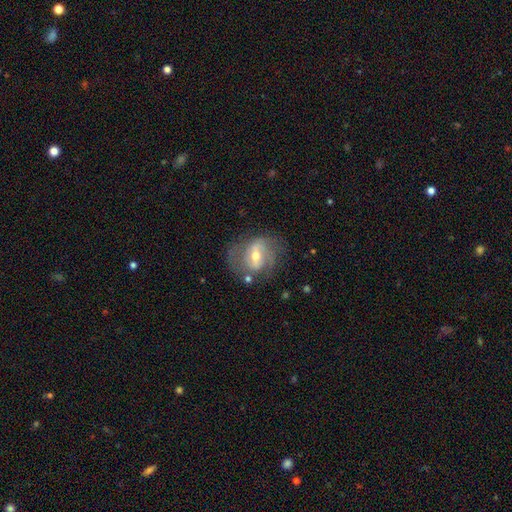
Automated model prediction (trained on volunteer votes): smooth-or-featured: featured or disk: 72% | smooth: 20% | star or artifact: 8%
  disk-edge-on: no: 95% | yes: 5%
    bar: weak: 45% | strong: 37% | no: 18%
    has-spiral-arms: yes: 77% | no: 23%
      spiral-winding: medium: 44% | loose: 29% | tight: 27%
      spiral-arm-count: 2: 63% | can't tell: 21% | 1: 6% | 3: 6% | 4: 2% | more than 4: 2%
    bulge-size: moderate: 61% | small: 33% | large: 4% | none: 1% | dominant: 1%
  merging: none: 59% | minor disturbance: 22% | major disturbance: 15% | merger: 4%